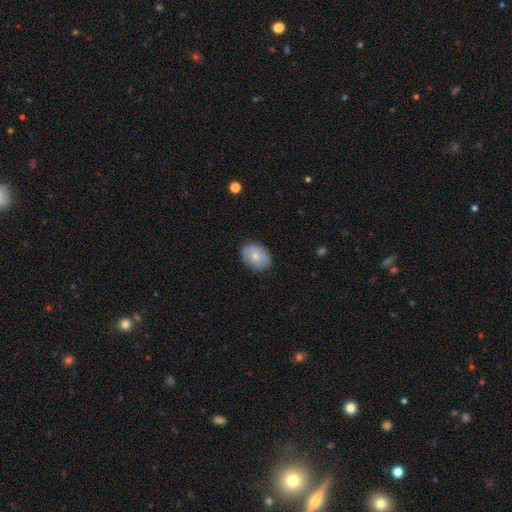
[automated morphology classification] smooth_or_featured: smooth (p=0.70) [alt: featured or disk p=0.23]
how_rounded: in between (p=0.66) [alt: round p=0.33]
merging: none (p=0.80) [alt: minor disturbance p=0.16]